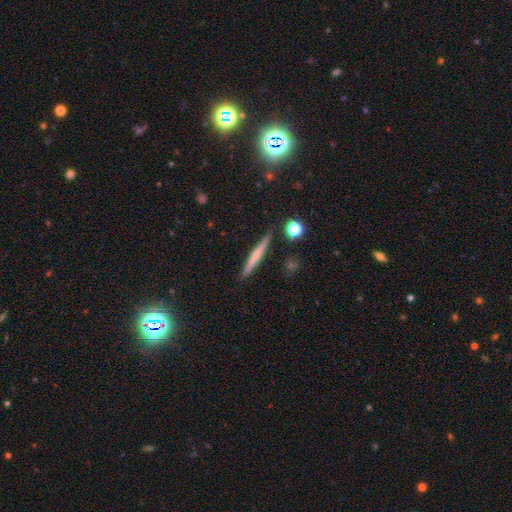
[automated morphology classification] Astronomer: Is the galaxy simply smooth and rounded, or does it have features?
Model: smooth — 52% (runner-up: featured or disk, 40%).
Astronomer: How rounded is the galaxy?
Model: cigar-shaped — 95%.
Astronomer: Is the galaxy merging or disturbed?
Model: none — 89%.